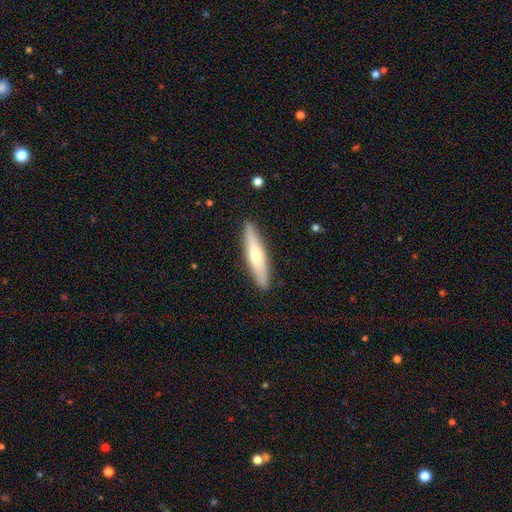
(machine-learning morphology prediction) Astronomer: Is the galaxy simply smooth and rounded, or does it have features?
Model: smooth — 55% (runner-up: featured or disk, 40%).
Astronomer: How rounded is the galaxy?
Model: cigar-shaped — 84%.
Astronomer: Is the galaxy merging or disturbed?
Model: none — 90%.